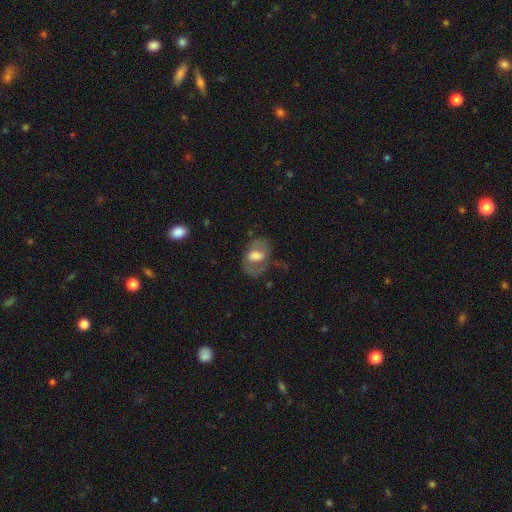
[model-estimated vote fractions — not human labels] A featured or disk galaxy (51%).

Vote fractions:
- Smooth or featured? featured or disk: 51% / smooth: 42% / star or artifact: 8%
- Edge-on disk? no: 94% / yes: 6%
- Merging? none: 47% / major disturbance: 28% / minor disturbance: 22% / merger: 3%